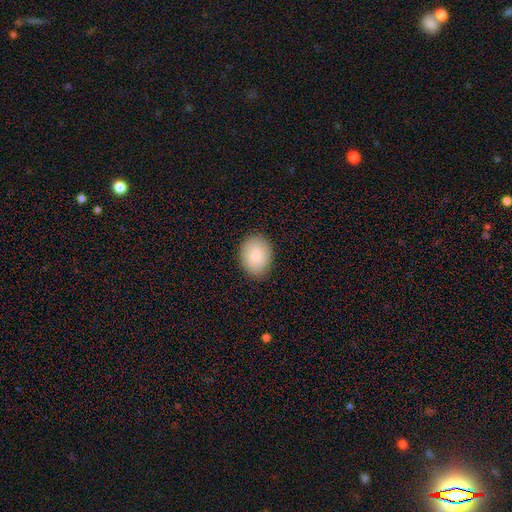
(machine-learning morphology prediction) A smooth galaxy with no disk features (85%) that is in between round and cigar-shaped (62%).

Vote fractions:
- Smooth or featured? smooth: 85% / featured or disk: 8% / star or artifact: 7%
- How rounded? in between: 62% / round: 37% / cigar-shaped: 1%
- Merging? none: 87% / minor disturbance: 10% / major disturbance: 2% / merger: 1%